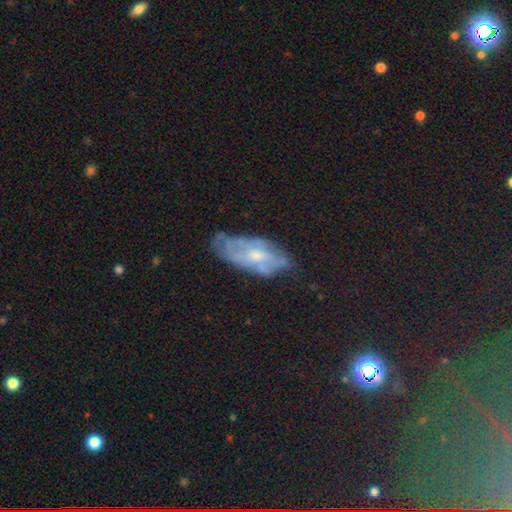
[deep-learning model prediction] A featured or disk galaxy (61%) with no bar (69%), spiral arms (55%) and a moderate central bulge (53%). Merging: none (51%).